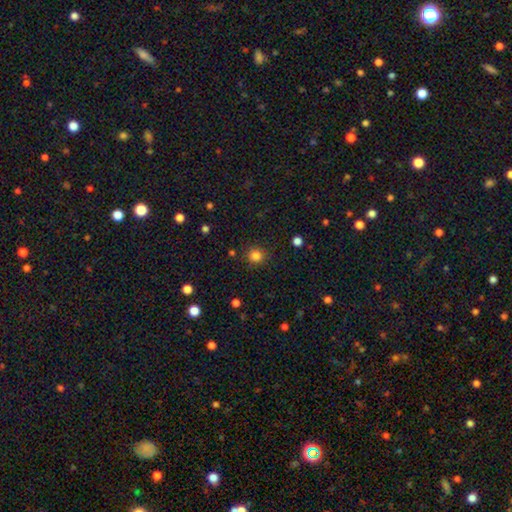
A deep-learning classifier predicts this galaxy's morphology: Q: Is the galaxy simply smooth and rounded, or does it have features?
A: smooth — 83%.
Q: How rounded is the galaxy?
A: round — 90%.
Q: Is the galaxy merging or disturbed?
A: none — 87%.